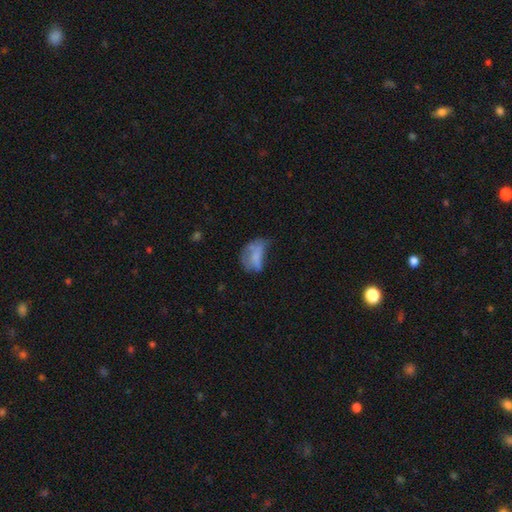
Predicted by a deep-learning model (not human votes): Smooth or featured: smooth — 58% (featured or disk — 29%)
How rounded: in between — 83% (round — 11%)
Merging: major disturbance — 41% (minor disturbance — 27%)